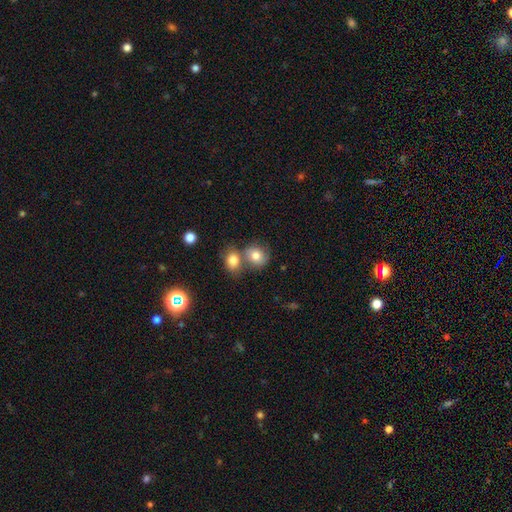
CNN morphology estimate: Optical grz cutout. It shows a smooth galaxy with no disk features (80%) that is round (65%). Merging: merger (44%).